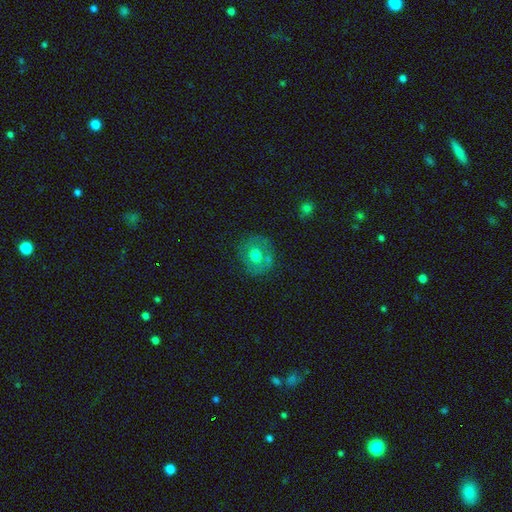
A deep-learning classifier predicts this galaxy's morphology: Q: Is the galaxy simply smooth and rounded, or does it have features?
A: smooth — 57%.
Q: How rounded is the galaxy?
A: round — 85%.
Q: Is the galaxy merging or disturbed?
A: none — 72%.